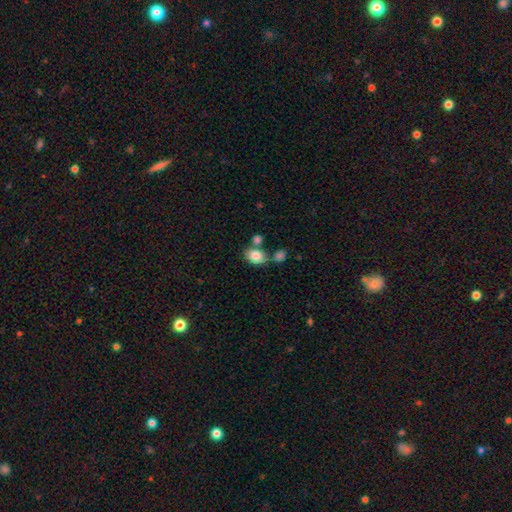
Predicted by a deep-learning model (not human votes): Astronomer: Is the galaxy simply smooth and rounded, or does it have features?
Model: smooth — 83%.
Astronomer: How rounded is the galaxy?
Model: in between — 65%.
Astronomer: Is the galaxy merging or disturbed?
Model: none — 59%.